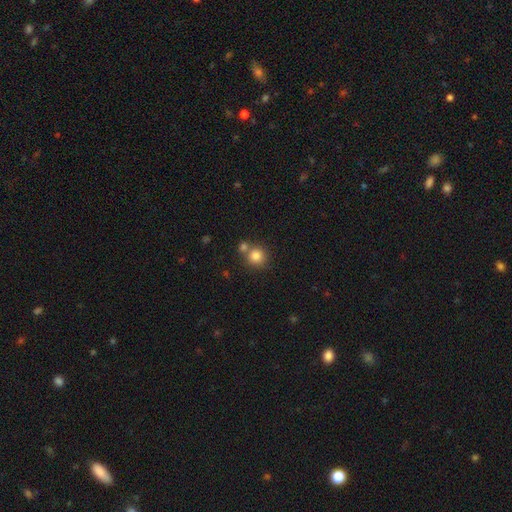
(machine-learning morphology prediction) This is clearly a smooth galaxy (82%). How rounded: clearly round (90%). Merging: possibly none (60%).